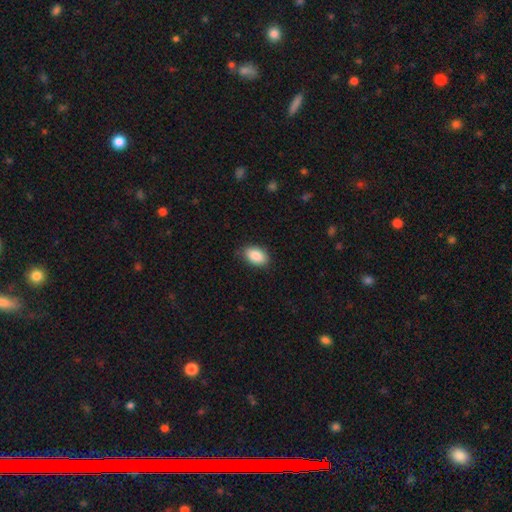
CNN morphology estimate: The model was most divided on "merging": none: 82%, minor disturbance: 14%, major disturbance: 3%, merger: 1%. More confident: how rounded — in between (90%); smooth or featured — smooth (89%).